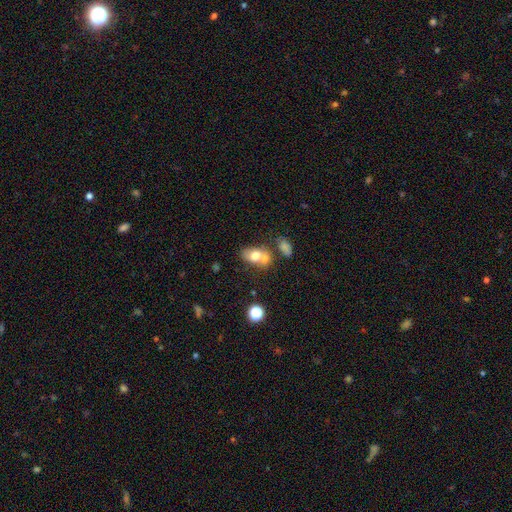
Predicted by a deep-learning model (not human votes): Smooth or featured? Predicted: smooth (p=0.70). How rounded? Predicted: in between (p=0.76). Merging? Predicted: merger (p=0.52).